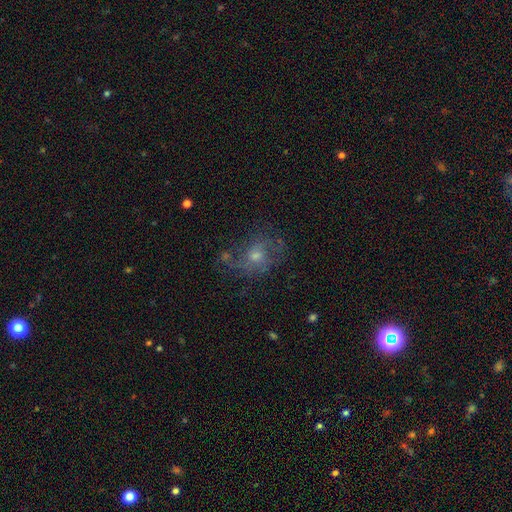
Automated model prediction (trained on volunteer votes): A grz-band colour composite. It shows a featured or disk galaxy (51%). Merging: none (56%).